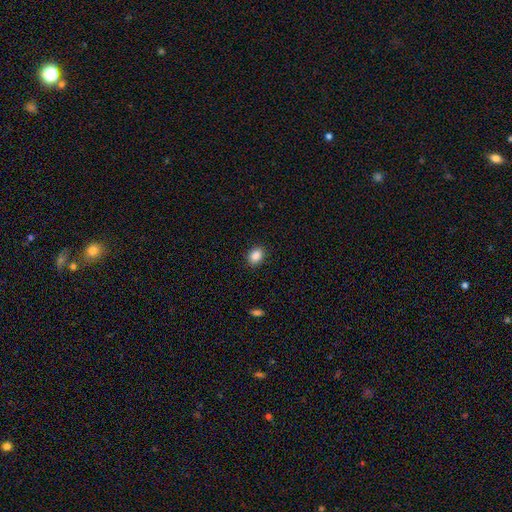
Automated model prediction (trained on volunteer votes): smooth 88%, star or artifact 9%, featured or disk 3%. Down the decision tree: how rounded — in between (60%); merging — none (88%).